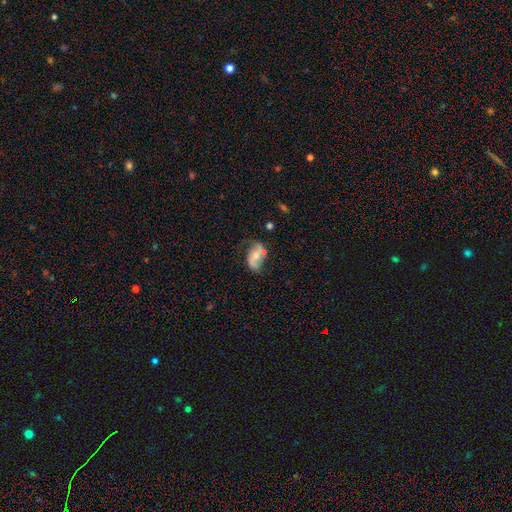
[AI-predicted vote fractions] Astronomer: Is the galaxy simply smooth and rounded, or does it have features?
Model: featured or disk — 61%.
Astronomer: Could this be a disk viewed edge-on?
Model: no — 95%.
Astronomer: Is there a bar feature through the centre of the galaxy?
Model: no — 55%.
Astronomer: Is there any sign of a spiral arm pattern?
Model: yes — 79%.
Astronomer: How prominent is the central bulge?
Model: moderate — 60%.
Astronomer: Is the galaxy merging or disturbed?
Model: none — 56%.